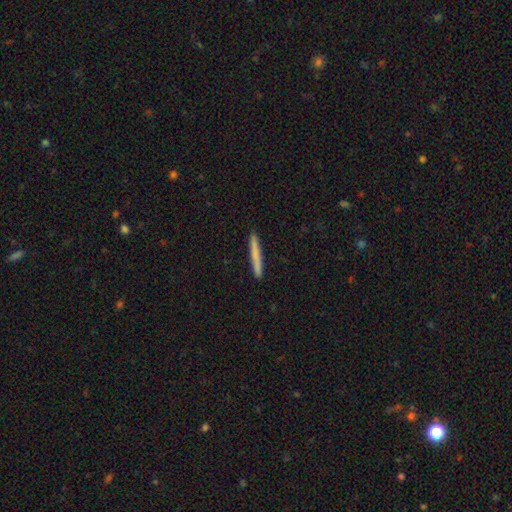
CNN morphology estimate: Smooth or featured? Predicted: smooth (p=0.74). How rounded? Predicted: cigar-shaped (p=0.97). Merging? Predicted: none (p=0.93).